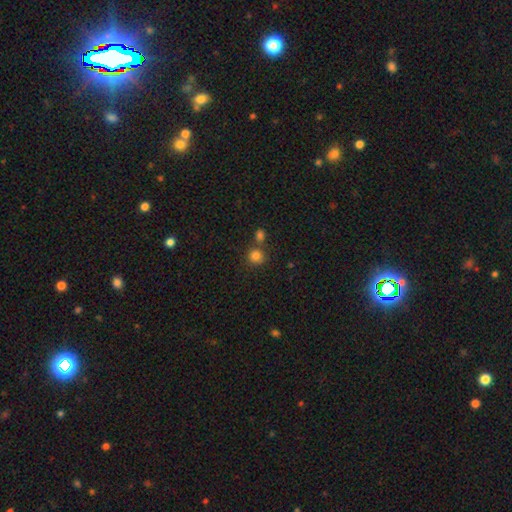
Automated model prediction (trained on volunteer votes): Q: Smooth or featured?
A: smooth (82%); runner-up: star or artifact (12%)
Q: How rounded?
A: round (87%); runner-up: in between (12%)
Q: Merging?
A: none (66%); runner-up: merger (22%)